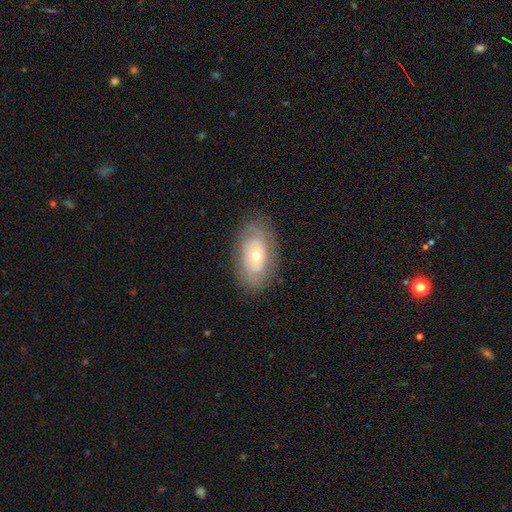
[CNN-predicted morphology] featured or disk 56%, smooth 36%, star or artifact 7%. Down the decision tree: edge-on disk — no (90%); bar — no (85%); spiral arms — no (50%, tied with yes); bulge size — moderate (58%); merging — none (81%).